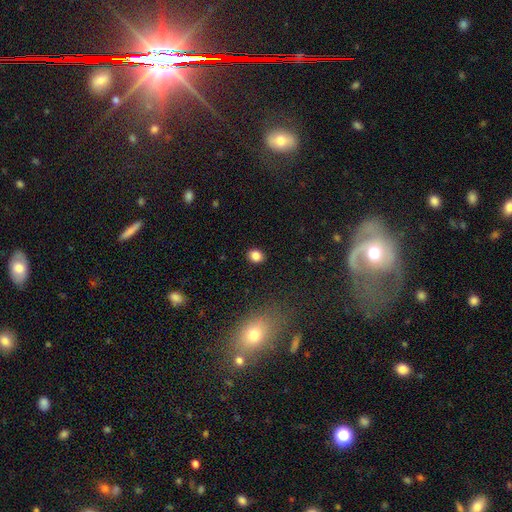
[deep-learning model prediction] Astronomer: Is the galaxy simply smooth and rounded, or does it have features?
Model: smooth — 85%.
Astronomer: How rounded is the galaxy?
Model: round — 55% (runner-up: in between, 44%).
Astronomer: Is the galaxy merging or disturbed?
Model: none — 90%.